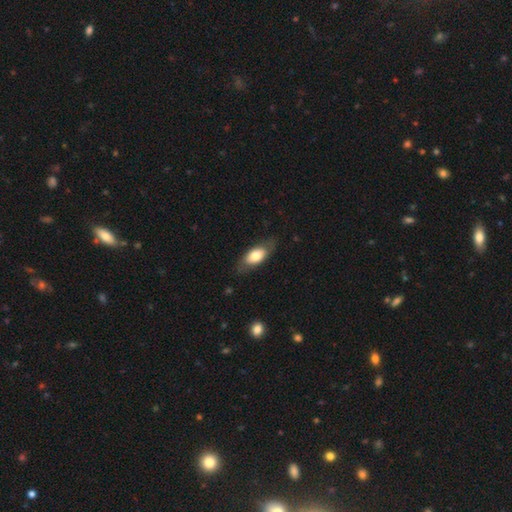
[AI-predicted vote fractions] smooth_or_featured: smooth (p=0.70) [alt: featured or disk p=0.24]
how_rounded: in between (p=0.86) [alt: cigar-shaped p=0.10]
merging: none (p=0.74) [alt: minor disturbance p=0.18]